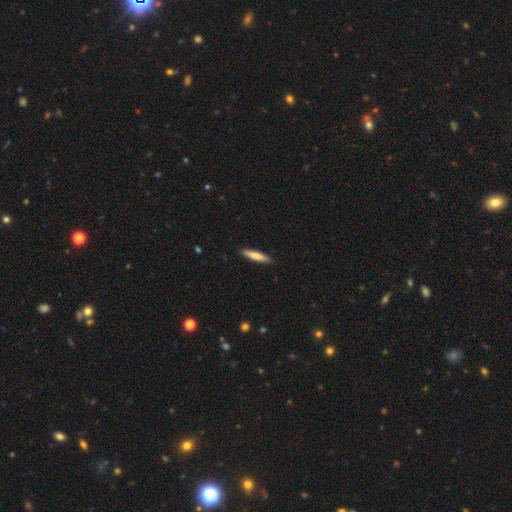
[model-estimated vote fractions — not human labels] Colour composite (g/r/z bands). It shows a smooth galaxy with no disk features (73%) that is cigar-shaped (86%). Merging: none (90%).